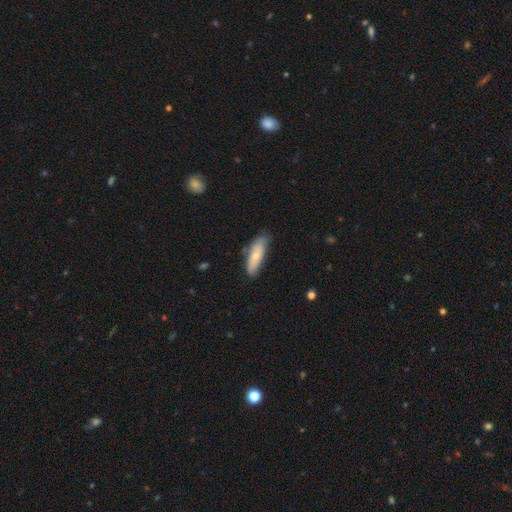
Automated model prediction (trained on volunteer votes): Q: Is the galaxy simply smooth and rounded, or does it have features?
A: smooth — 74%.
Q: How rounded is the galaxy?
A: in between — 52%.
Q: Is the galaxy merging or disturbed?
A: none — 66%.